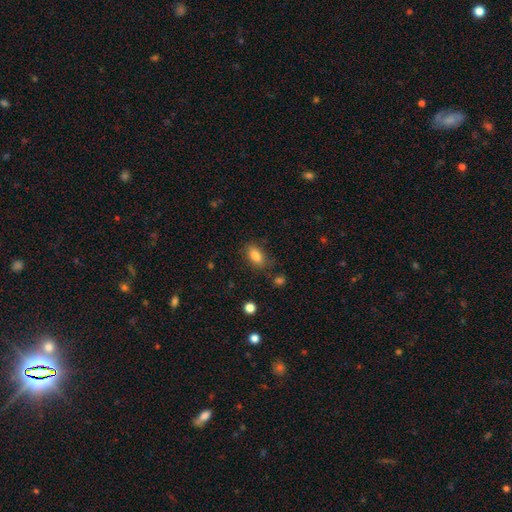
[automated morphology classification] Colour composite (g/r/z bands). It shows a smooth galaxy with no disk features (84%) that is in between round and cigar-shaped (88%). Merging: none (77%).